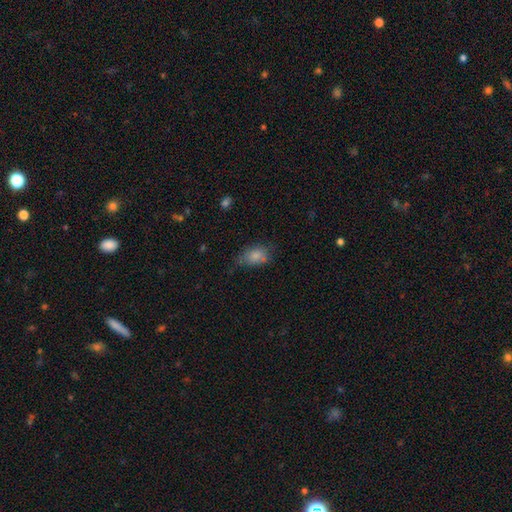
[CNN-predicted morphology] This appears to be a smooth galaxy with no disk features (80%) that is in between round and cigar-shaped (84%). Merging: none (50%).